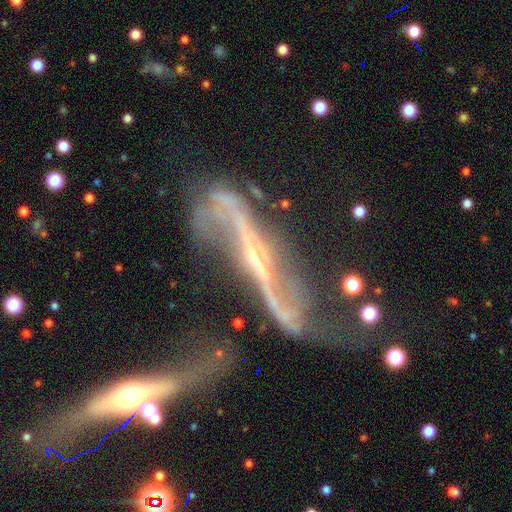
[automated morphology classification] Smooth or featured: featured or disk — 84% (star or artifact — 9%)
Edge-on disk: no — 55% (yes — 45%)
Merging: merger — 33% (none — 29%)